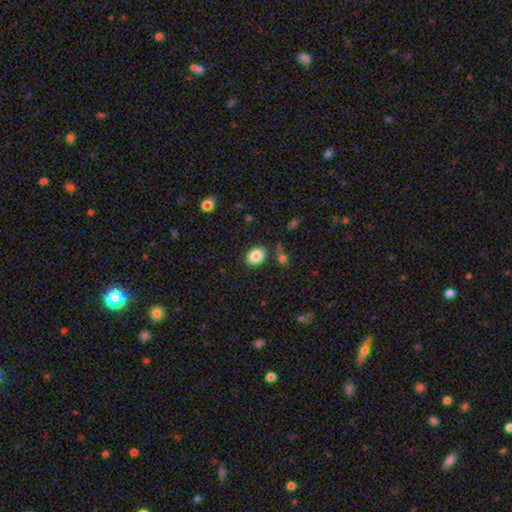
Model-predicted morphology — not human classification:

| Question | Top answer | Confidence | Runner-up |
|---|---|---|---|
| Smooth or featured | smooth | 86% | star or artifact (8%) |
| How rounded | in between | 73% | round (26%) |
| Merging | none | 80% | minor disturbance (12%) |